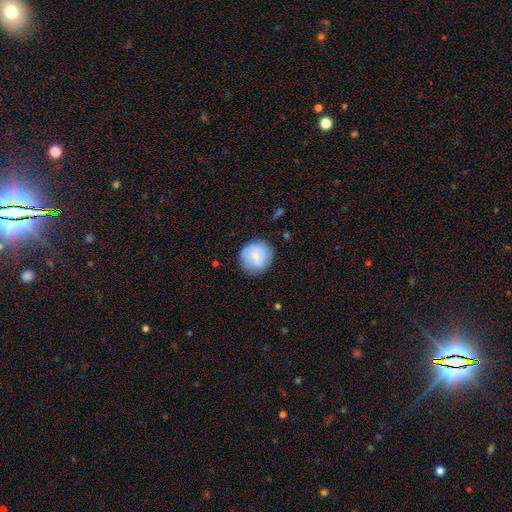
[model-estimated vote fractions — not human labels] smooth 75%, featured or disk 18%, star or artifact 7%. Down the decision tree: how rounded — round (92%); merging — none (81%).